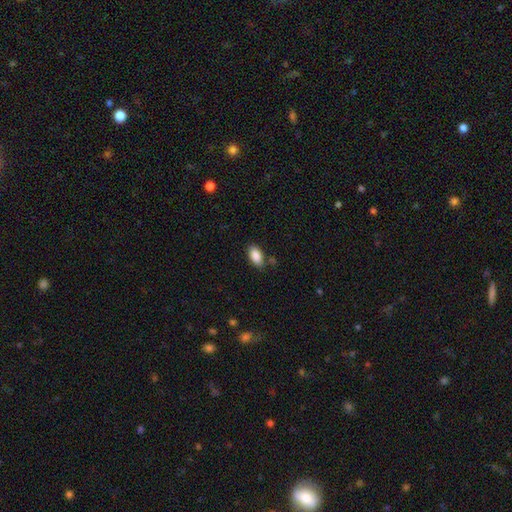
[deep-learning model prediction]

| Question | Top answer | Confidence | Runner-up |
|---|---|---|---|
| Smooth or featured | smooth | 88% | star or artifact (7%) |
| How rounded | in between | 93% | cigar-shaped (4%) |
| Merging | none | 80% | minor disturbance (13%) |